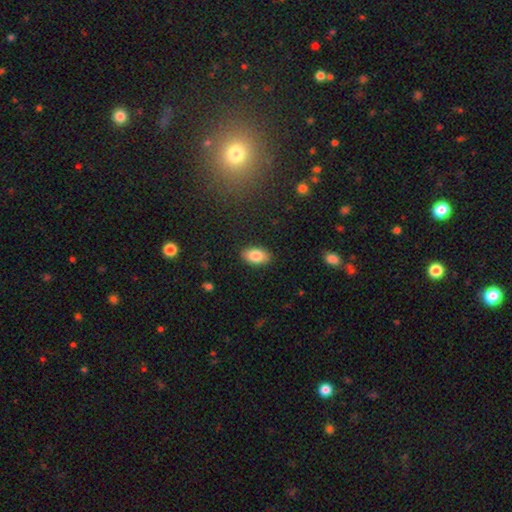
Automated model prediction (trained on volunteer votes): A smooth galaxy with no disk features (84%) that is in between round and cigar-shaped (93%).

Vote fractions:
- Smooth or featured? smooth: 84% / featured or disk: 9% / star or artifact: 7%
- How rounded? in between: 93% / round: 5% / cigar-shaped: 2%
- Merging? none: 88% / minor disturbance: 9% / major disturbance: 2% / merger: 1%